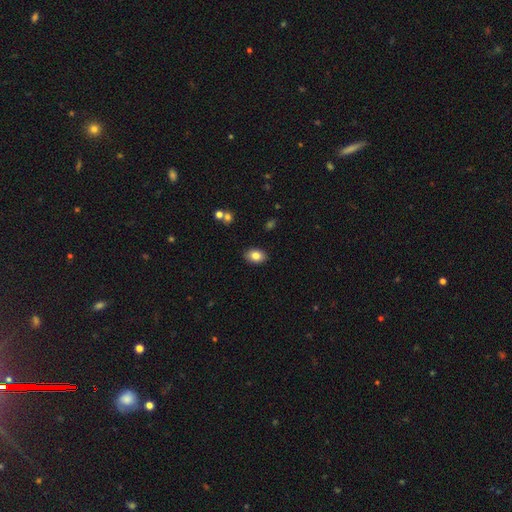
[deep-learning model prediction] Smooth or featured?
  - smooth: 82% *
  - featured or disk: 10%
  - star or artifact: 8%
How rounded?
  - in between: 83% *
  - round: 16%
  - cigar-shaped: 1%
Merging?
  - none: 89% *
  - minor disturbance: 8%
  - major disturbance: 2%
  - merger: 1%